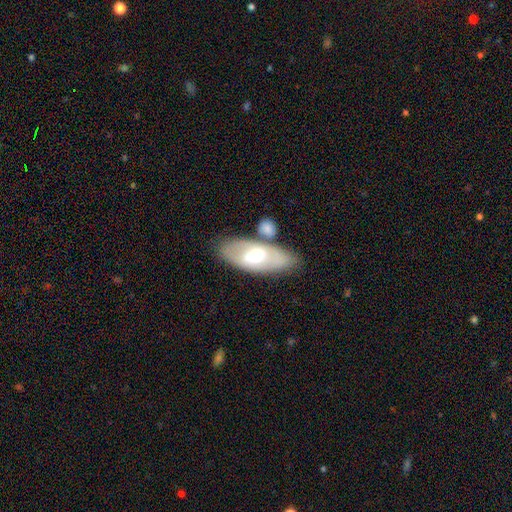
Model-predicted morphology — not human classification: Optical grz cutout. It shows a featured or disk galaxy (48%). Merging: none (60%).